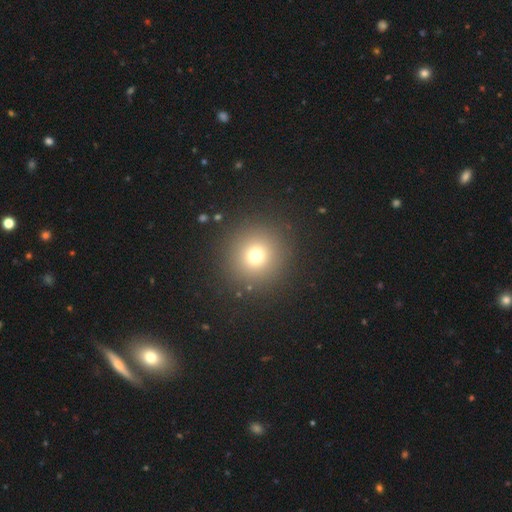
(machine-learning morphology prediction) Smooth or featured?
  - smooth: 72% *
  - star or artifact: 19%
  - featured or disk: 9%
How rounded?
  - round: 95% *
  - in between: 4%
  - cigar-shaped: 1%
Merging?
  - none: 90% *
  - minor disturbance: 5%
  - major disturbance: 3%
  - merger: 2%